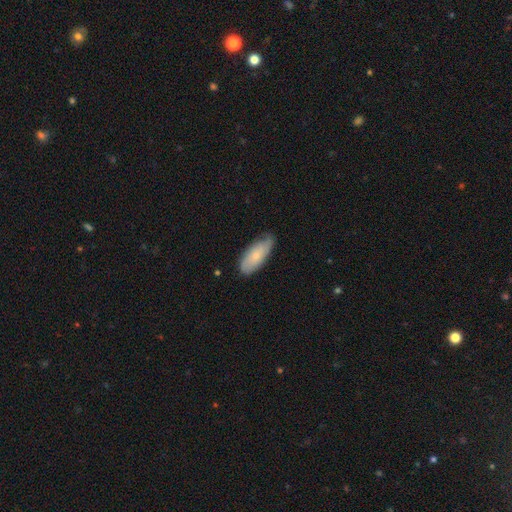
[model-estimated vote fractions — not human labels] A smooth galaxy with no disk features (67%) that is in between round and cigar-shaped (82%). Merging: none (69%).